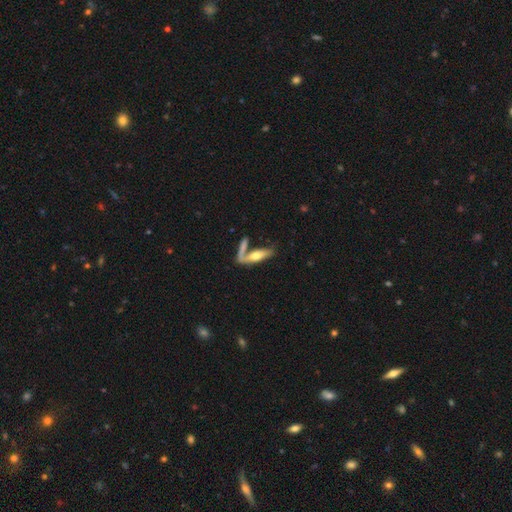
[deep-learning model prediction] Morphology: type=smooth (52%); roundness=cigar-shaped (57%); merging=none (43%).